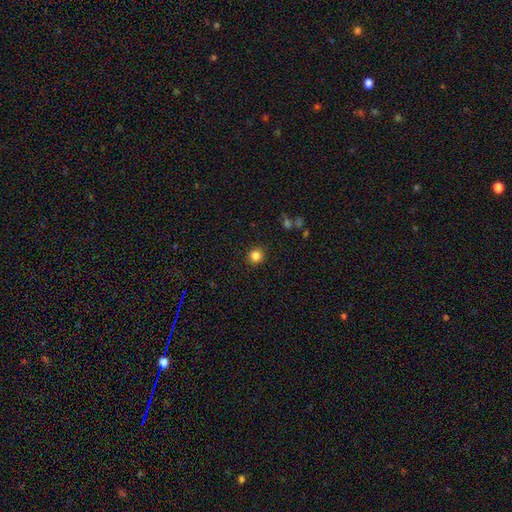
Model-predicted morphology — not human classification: smooth 84%, star or artifact 12%, featured or disk 5%. Down the decision tree: how rounded — round (90%); merging — none (91%).